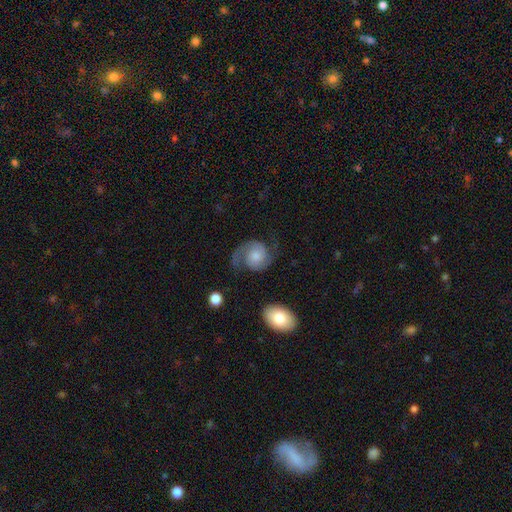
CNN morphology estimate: This appears to be a featured or disk galaxy (78%) with no bar (73%), 2 (88%) medium (49%) spiral arms (96%) and a moderate central bulge (44%). Merging: none (63%).